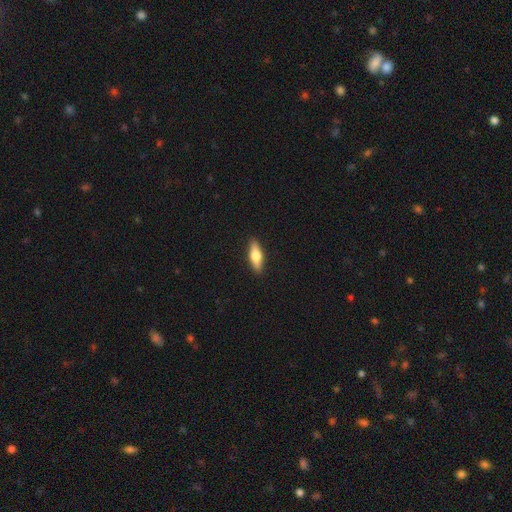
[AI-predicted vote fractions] Smooth or featured: smooth — 57% (featured or disk — 37%)
How rounded: in between — 49% (cigar-shaped — 48%)
Merging: none — 90% (minor disturbance — 7%)